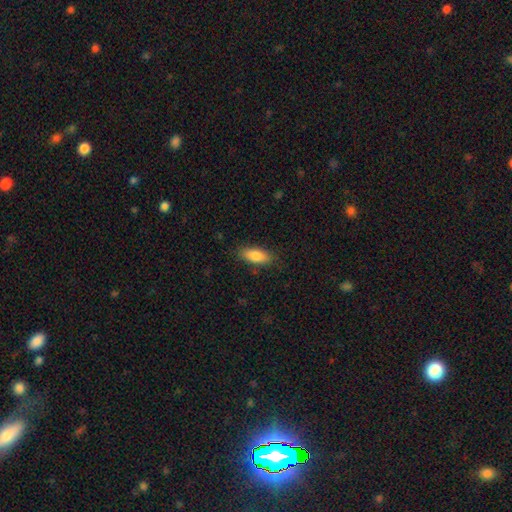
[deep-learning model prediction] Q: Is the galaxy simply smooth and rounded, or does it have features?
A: smooth — 84%.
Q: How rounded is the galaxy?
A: in between — 77%.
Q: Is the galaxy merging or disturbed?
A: none — 85%.